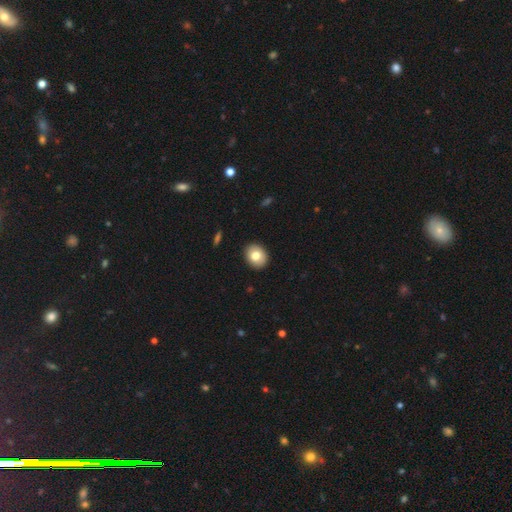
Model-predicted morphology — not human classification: Q: Smooth or featured?
A: smooth (79%); runner-up: featured or disk (13%)
Q: How rounded?
A: round (50%); runner-up: in between (49%)
Q: Merging?
A: none (91%); runner-up: minor disturbance (7%)